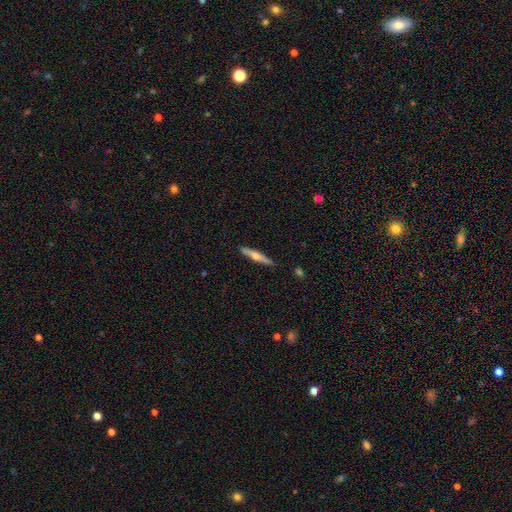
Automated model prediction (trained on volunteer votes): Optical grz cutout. It shows a featured or disk galaxy (56%) viewed edge-on (97%) with a rounded central bulge (87%). Merging: none (91%).